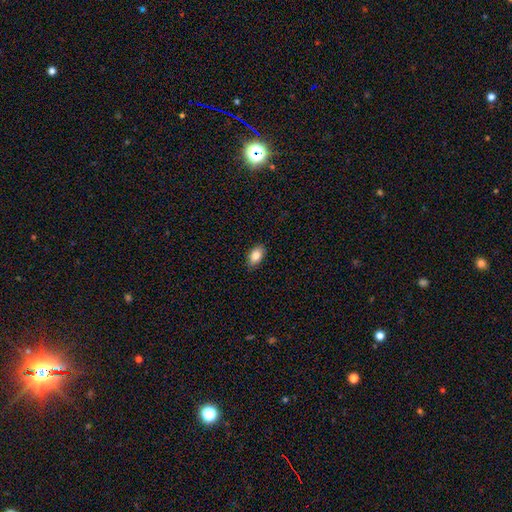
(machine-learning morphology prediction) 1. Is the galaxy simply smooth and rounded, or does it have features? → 83% smooth, 10% featured or disk, 8% star or artifact.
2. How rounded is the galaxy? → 90% in between, 7% round, 3% cigar-shaped.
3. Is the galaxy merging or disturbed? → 87% none, 11% minor disturbance, 2% major disturbance, 1% merger.